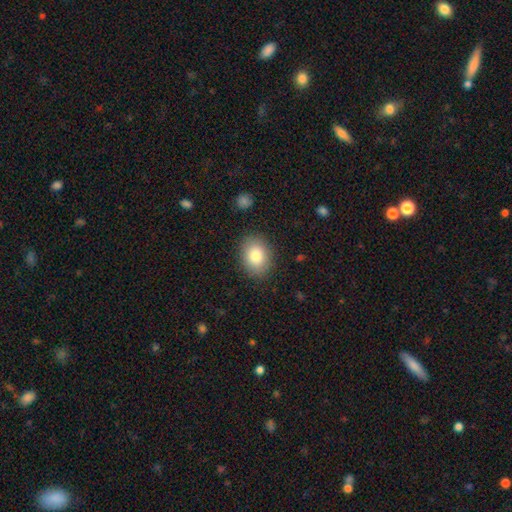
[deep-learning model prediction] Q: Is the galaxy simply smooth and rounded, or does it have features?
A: smooth — 82%.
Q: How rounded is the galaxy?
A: in between — 59%.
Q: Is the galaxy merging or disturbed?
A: none — 87%.